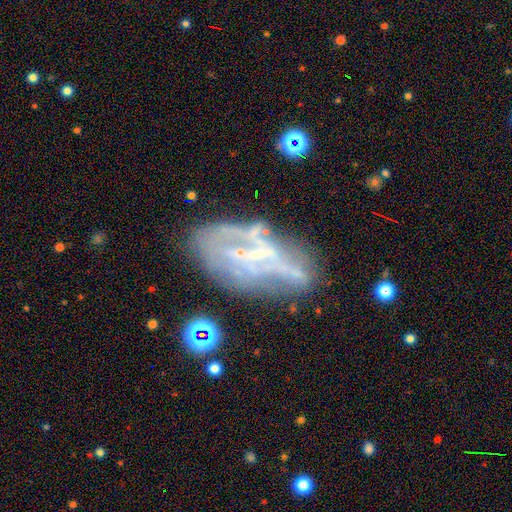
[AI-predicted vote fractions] Smooth or featured? featured or disk (65%)
Edge-on disk? no (84%)
Bar? no (61%)
Spiral arms? no (70%)
Bulge size? small (47%)
Merging? none (49%)